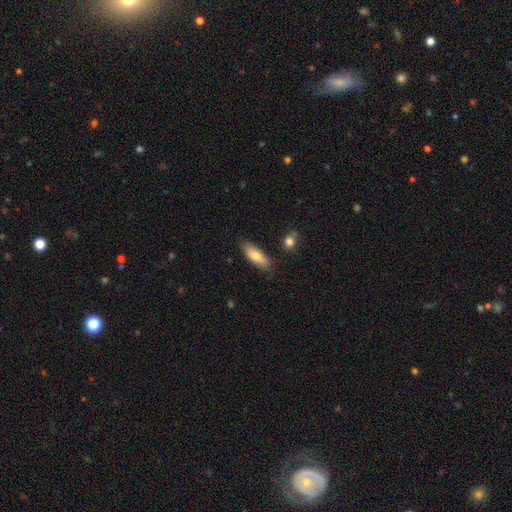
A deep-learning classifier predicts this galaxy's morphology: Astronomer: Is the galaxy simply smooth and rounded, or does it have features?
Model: smooth — 78%.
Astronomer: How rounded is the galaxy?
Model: in between — 61% (runner-up: cigar-shaped, 37%).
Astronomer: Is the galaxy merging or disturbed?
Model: none — 82%.